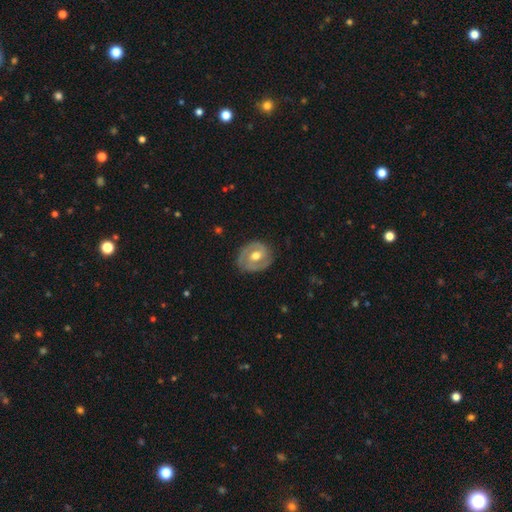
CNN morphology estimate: This is likely a featured or disk galaxy (71%). It is clearly not viewed edge-on (97%). Bar: possibly no (49%). Spiral arm pattern: likely yes (78%). Spiral arm count: likely 2 (77%). Spiral winding: possibly tight (49%). Central bulge: likely moderate (77%). Merging: likely none (79%).